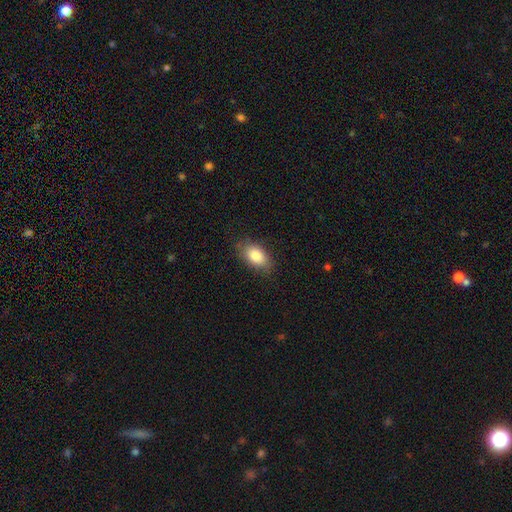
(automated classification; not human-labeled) smooth-or-featured: smooth: 83% | featured or disk: 10% | star or artifact: 7%
  how-rounded: in between: 90% | round: 8% | cigar-shaped: 2%
  merging: none: 80% | minor disturbance: 16% | major disturbance: 4% | merger: 1%